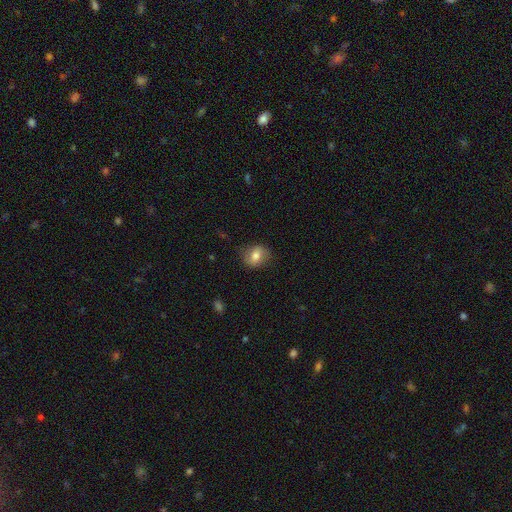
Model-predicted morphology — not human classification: Smooth or featured? Predicted: smooth (p=0.70). How rounded? Predicted: round (p=0.52). Merging? Predicted: none (p=0.79).